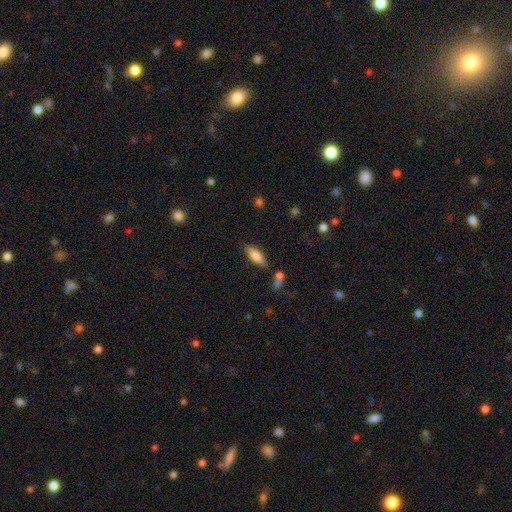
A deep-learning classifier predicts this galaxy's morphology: Smooth or featured?
  - smooth: 79% *
  - featured or disk: 15%
  - star or artifact: 7%
How rounded?
  - in between: 61% *
  - cigar-shaped: 37%
  - round: 2%
Merging?
  - none: 78% *
  - minor disturbance: 13%
  - merger: 6%
  - major disturbance: 3%